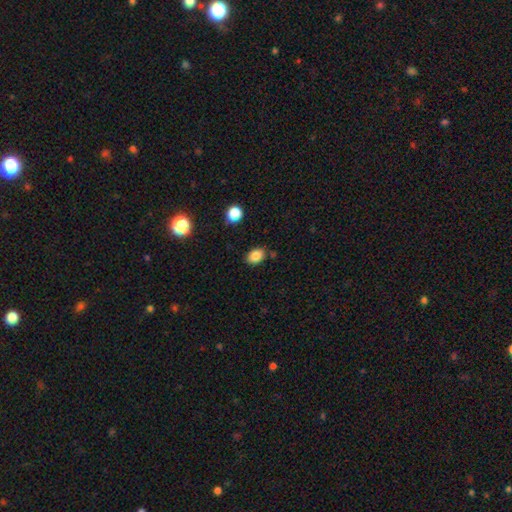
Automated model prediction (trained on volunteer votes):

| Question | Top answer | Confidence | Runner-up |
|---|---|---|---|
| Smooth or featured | smooth | 84% | star or artifact (10%) |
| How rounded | in between | 70% | round (29%) |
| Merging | none | 81% | minor disturbance (12%) |